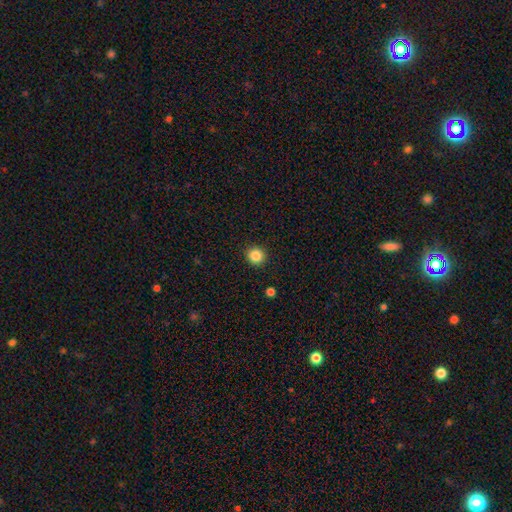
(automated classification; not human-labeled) smooth-or-featured: smooth: 85% | star or artifact: 11% | featured or disk: 4%
  how-rounded: round: 92% | in between: 7% | cigar-shaped: 1%
  merging: none: 92% | minor disturbance: 5% | major disturbance: 2% | merger: 1%